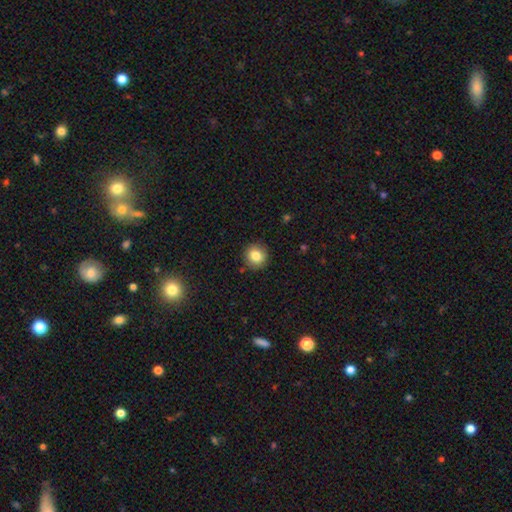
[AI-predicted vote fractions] smooth-or-featured: smooth: 83% | star or artifact: 10% | featured or disk: 7%
  how-rounded: round: 91% | in between: 8% | cigar-shaped: 1%
  merging: none: 89% | minor disturbance: 8% | major disturbance: 2% | merger: 1%